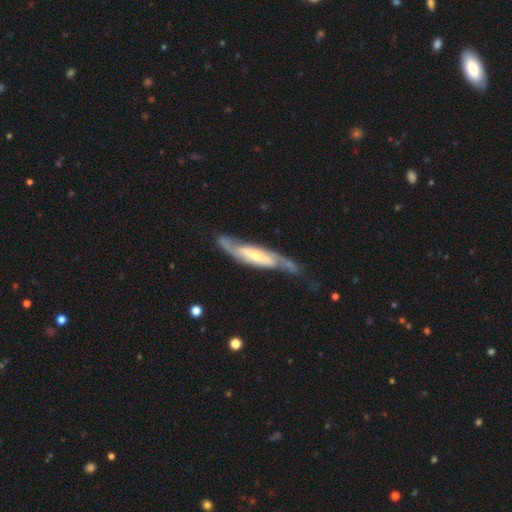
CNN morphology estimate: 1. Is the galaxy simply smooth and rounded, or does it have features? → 85% featured or disk, 11% smooth, 4% star or artifact.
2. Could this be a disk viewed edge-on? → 77% no, 23% yes.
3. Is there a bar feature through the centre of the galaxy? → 36% strong, 34% weak, 29% no.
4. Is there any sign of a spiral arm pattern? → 95% yes, 5% no.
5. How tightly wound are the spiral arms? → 45% medium, 32% tight, 23% loose.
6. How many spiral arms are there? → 84% 2, 9% can't tell, 3% 1, 2% 3, 1% 4, 1% more than 4.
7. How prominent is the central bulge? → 54% small, 41% moderate, 3% large, 2% none, 1% dominant.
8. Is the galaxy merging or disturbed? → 68% none, 20% minor disturbance, 9% major disturbance, 2% merger.